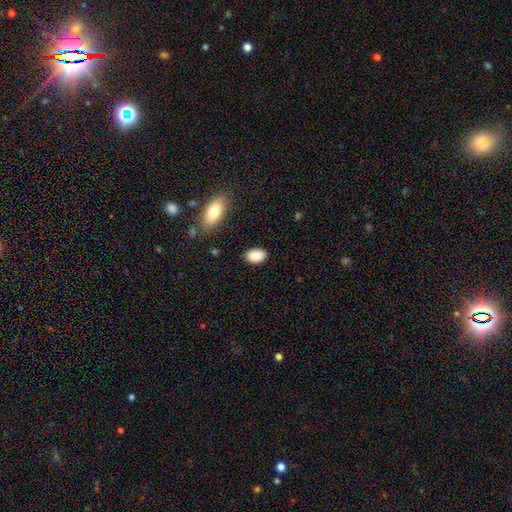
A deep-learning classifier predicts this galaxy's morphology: This is clearly a smooth galaxy (89%). How rounded: clearly in between (89%). Merging: clearly none (84%).